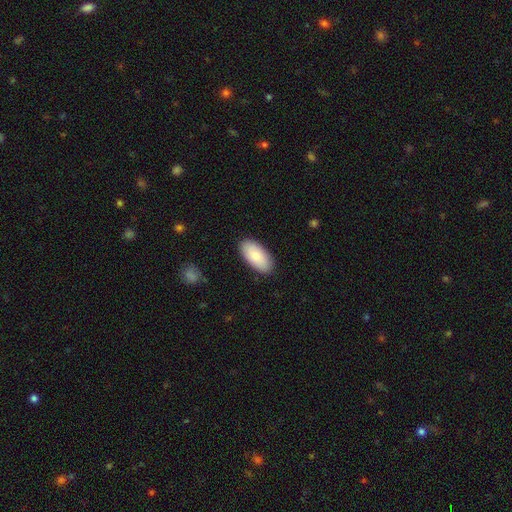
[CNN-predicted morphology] The model was most divided on "smooth or featured": smooth: 85%, featured or disk: 10%, star or artifact: 5%. More confident: how rounded — in between (94%); merging — none (88%).